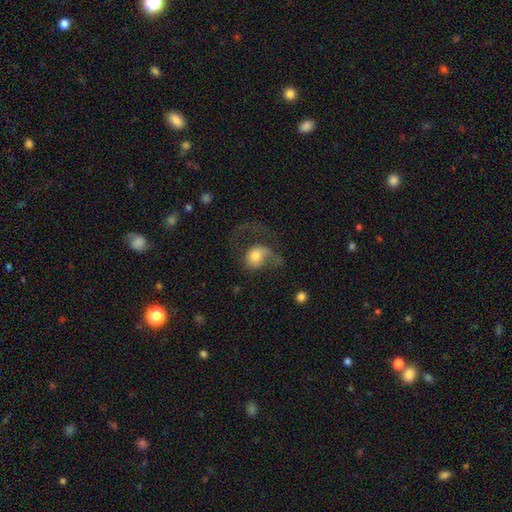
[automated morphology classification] Smooth or featured: smooth — 54% (featured or disk — 37%)
How rounded: round — 60% (in between — 39%)
Merging: major disturbance — 57% (none — 23%)